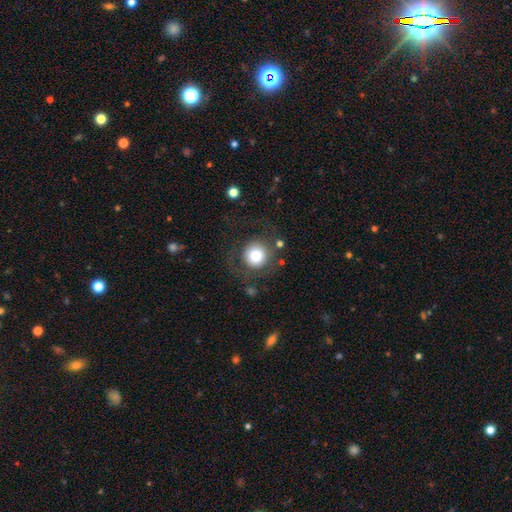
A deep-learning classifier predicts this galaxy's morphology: Smooth or featured? smooth (75%)
How rounded? round (93%)
Merging? none (70%)